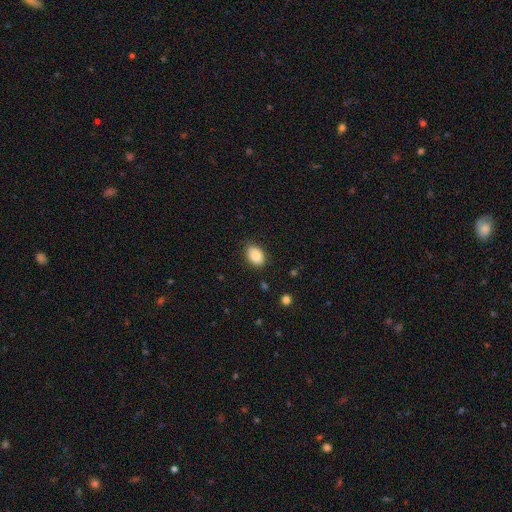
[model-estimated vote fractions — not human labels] Smooth or featured: smooth — 87% (star or artifact — 8%)
How rounded: in between — 83% (round — 16%)
Merging: none — 83% (minor disturbance — 13%)